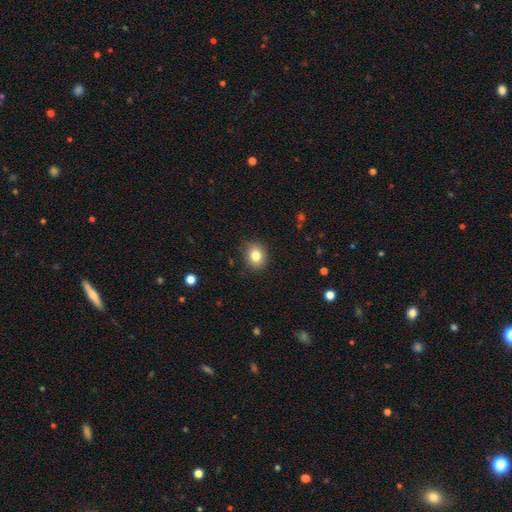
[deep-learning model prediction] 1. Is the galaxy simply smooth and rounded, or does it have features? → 83% smooth, 10% star or artifact, 8% featured or disk.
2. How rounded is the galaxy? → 58% round, 41% in between, 1% cigar-shaped.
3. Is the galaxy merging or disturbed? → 85% none, 11% minor disturbance, 2% major disturbance, 1% merger.